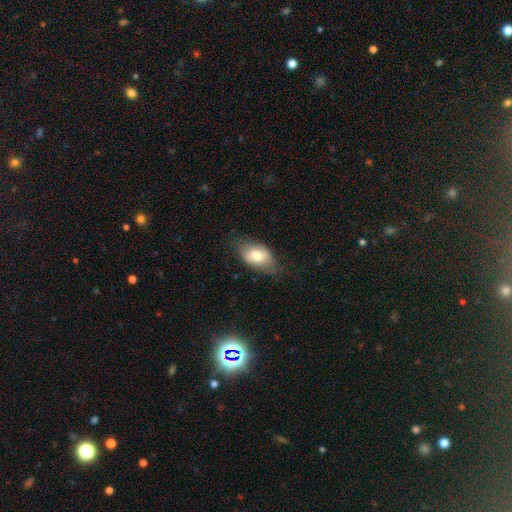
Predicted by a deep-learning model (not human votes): Smooth or featured? smooth (72%)
How rounded? in between (90%)
Merging? none (71%)